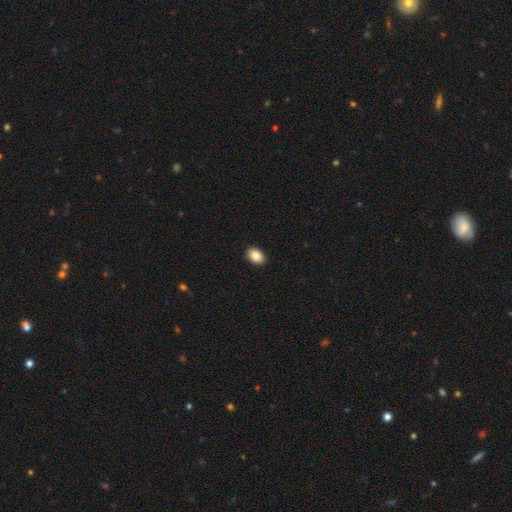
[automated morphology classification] smooth-or-featured: smooth: 87% | star or artifact: 8% | featured or disk: 6%
  how-rounded: in between: 84% | round: 15% | cigar-shaped: 1%
  merging: none: 91% | minor disturbance: 6% | major disturbance: 2% | merger: 1%